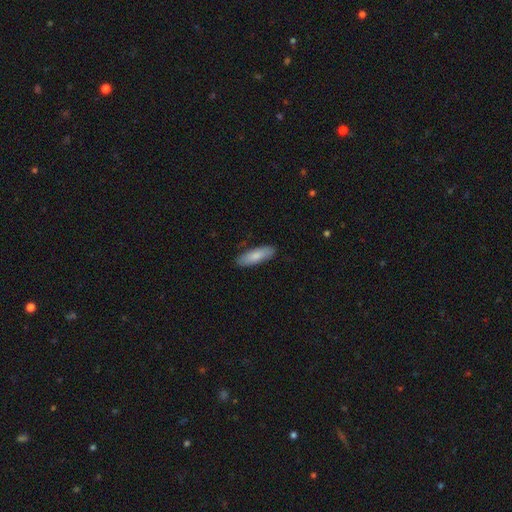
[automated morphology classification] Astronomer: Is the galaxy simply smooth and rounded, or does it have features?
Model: smooth — 82%.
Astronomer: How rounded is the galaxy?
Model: in between — 55% (runner-up: cigar-shaped, 44%).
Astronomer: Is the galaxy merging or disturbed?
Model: none — 87%.